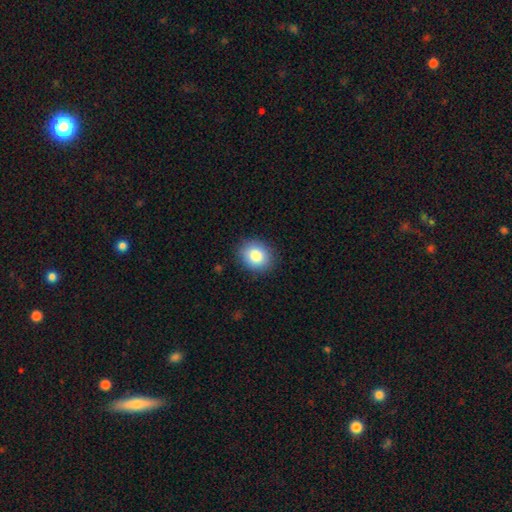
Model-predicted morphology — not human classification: smooth-or-featured: smooth: 85% | star or artifact: 8% | featured or disk: 7%
  how-rounded: round: 63% | in between: 36% | cigar-shaped: 1%
  merging: none: 87% | minor disturbance: 9% | major disturbance: 2% | merger: 1%